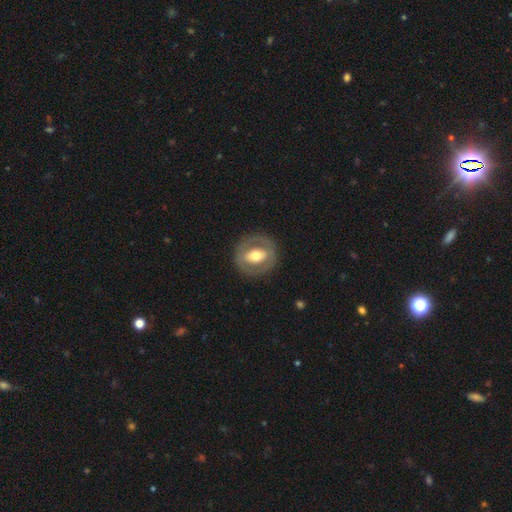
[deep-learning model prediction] Smooth or featured: featured or disk — 57% (smooth — 38%)
Edge-on disk: no — 94% (yes — 6%)
Bar: no — 43% (weak — 30%)
Spiral arms: no — 81% (yes — 19%)
Bulge size: moderate — 65% (large — 23%)
Merging: none — 83% (minor disturbance — 10%)